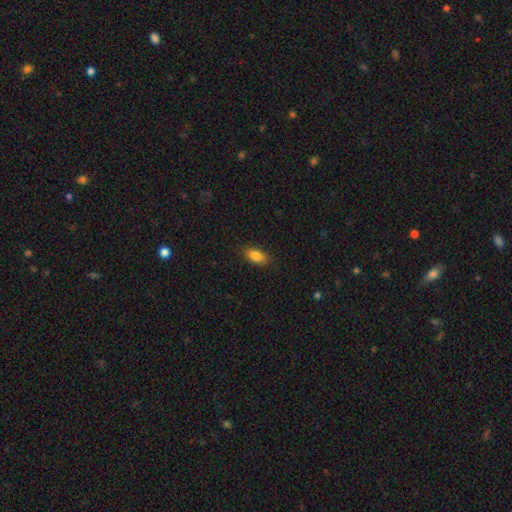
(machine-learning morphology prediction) Smooth or featured? Predicted: smooth (p=0.85). How rounded? Predicted: in between (p=0.89). Merging? Predicted: none (p=0.87).